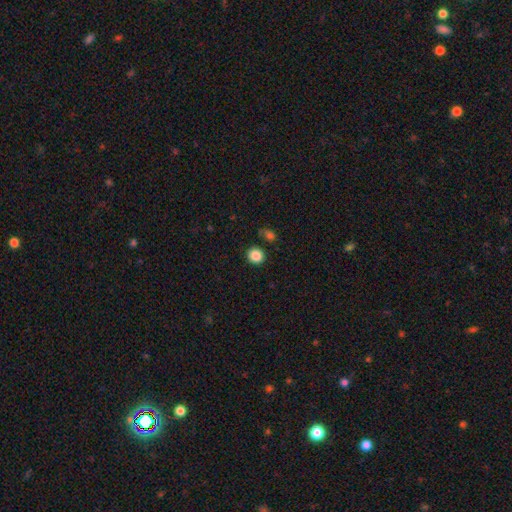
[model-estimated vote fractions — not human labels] Overall: smooth (87%). How rounded: round (88%). Merging: none (86%).